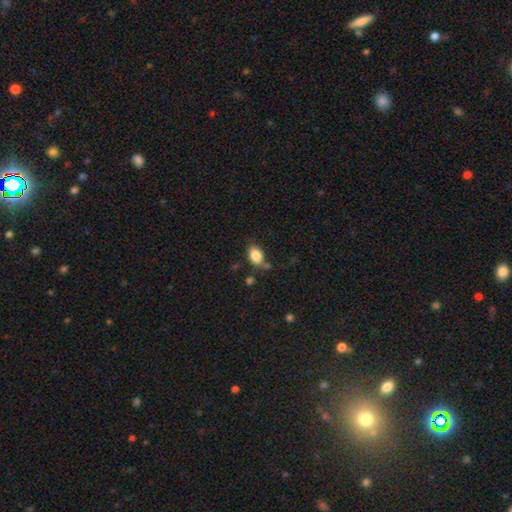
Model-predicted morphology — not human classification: This appears to be a smooth galaxy with no disk features (86%) that is in between round and cigar-shaped (77%). Merging: none (68%).